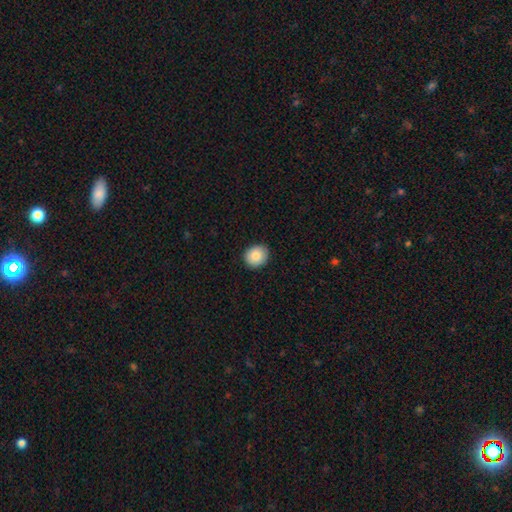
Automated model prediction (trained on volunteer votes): This appears to be a smooth galaxy with no disk features (86%) that is round (77%). Merging: none (90%).